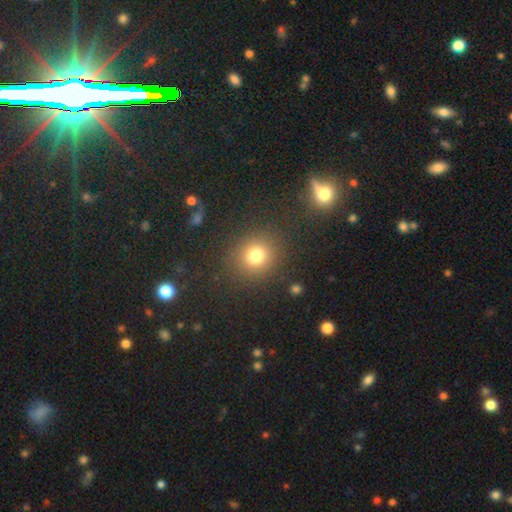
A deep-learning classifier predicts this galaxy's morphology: A smooth galaxy with no disk features (78%) that is round (82%).

Vote fractions:
- Smooth or featured? smooth: 78% / star or artifact: 15% / featured or disk: 7%
- How rounded? round: 82% / in between: 17% / cigar-shaped: 1%
- Merging? none: 86% / minor disturbance: 8% / major disturbance: 4% / merger: 2%